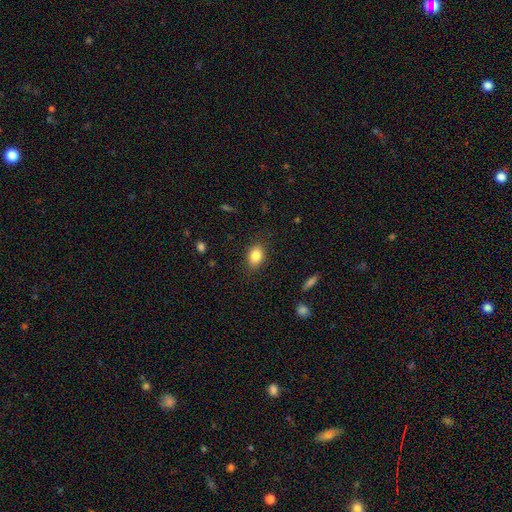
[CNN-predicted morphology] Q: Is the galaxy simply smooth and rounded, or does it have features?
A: smooth — 83%.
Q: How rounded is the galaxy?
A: in between — 79%.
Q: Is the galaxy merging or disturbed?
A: none — 85%.